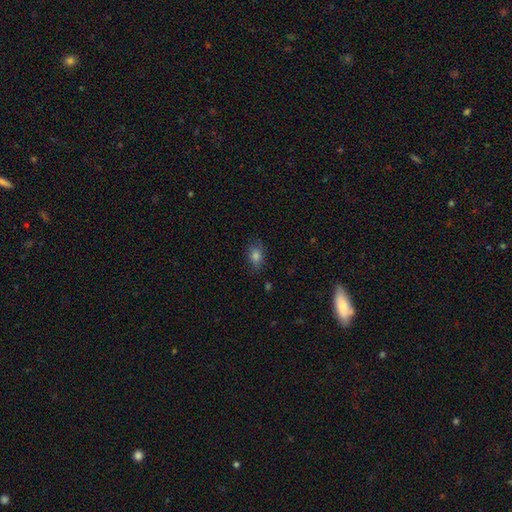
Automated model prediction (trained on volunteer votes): The model was most divided on "how rounded": in between: 67%, round: 30%, cigar-shaped: 2%. More confident: merging — none (77%); smooth or featured — smooth (75%).